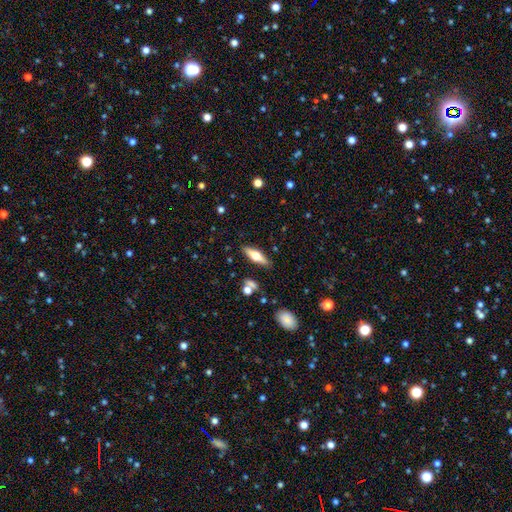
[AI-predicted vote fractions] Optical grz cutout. It shows a featured or disk galaxy (48%). Merging: none (85%).